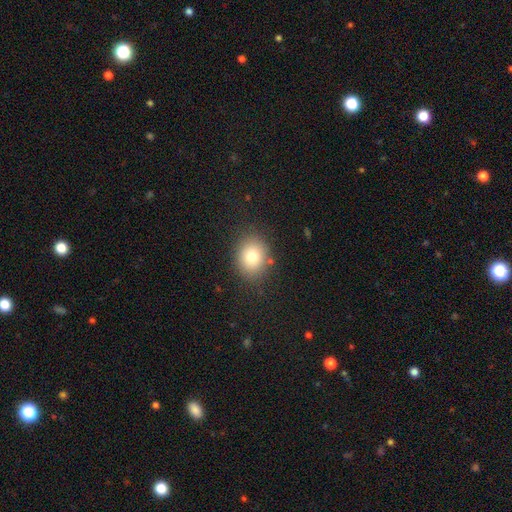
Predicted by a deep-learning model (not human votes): Q: Smooth or featured?
A: smooth (79%); runner-up: star or artifact (11%)
Q: How rounded?
A: round (53%); runner-up: in between (46%)
Q: Merging?
A: none (83%); runner-up: minor disturbance (11%)